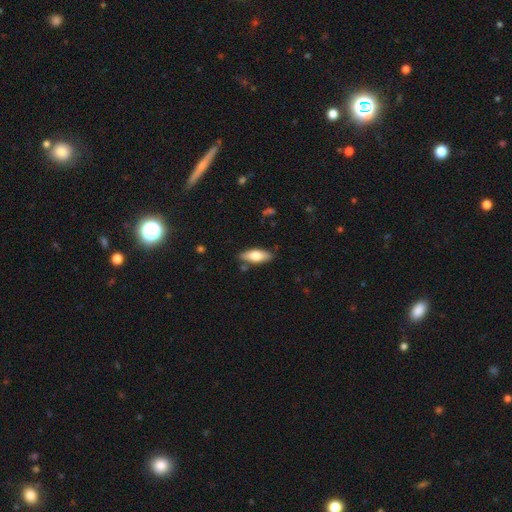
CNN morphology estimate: Smooth or featured? Predicted: smooth (p=0.71). How rounded? Predicted: in between (p=0.73). Merging? Predicted: none (p=0.83).